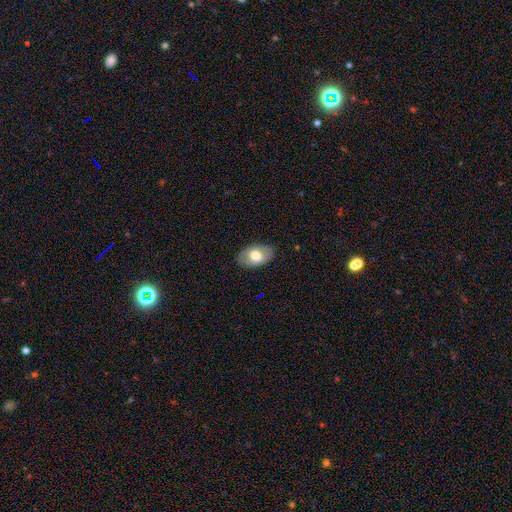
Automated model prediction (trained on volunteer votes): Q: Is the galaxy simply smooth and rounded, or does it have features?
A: smooth — 67%.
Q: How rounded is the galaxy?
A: in between — 89%.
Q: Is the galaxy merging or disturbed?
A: none — 84%.